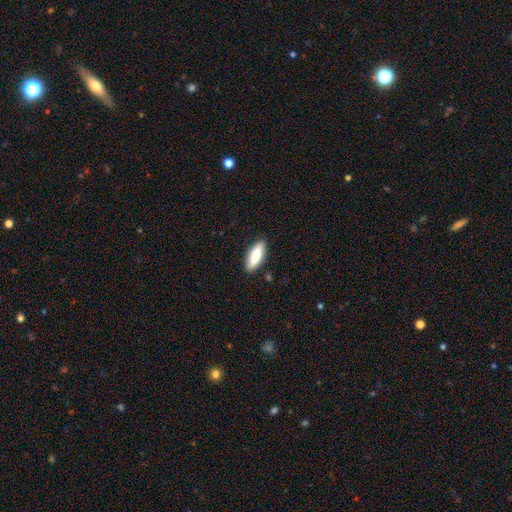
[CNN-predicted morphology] Smooth or featured? smooth (79%)
How rounded? in between (64%)
Merging? none (87%)